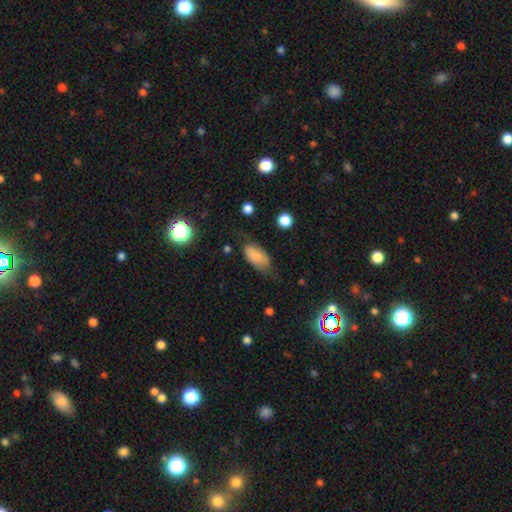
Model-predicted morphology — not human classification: type=smooth (78%); roundness=in between (91%); merging=none (56%).